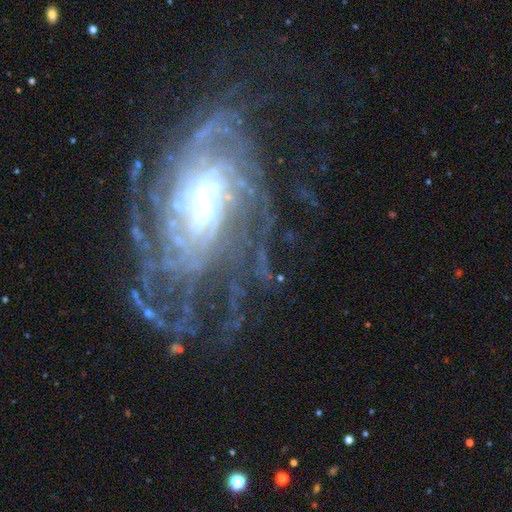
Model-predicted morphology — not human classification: Overall: featured or disk (86%). Edge-on disk: no (95%). Bar: no (42%; weak 37%). Spiral arms: yes (95%). Spiral arm count: can't tell (35%; more than 4 22%). Spiral winding: tight (68%). Bulge size: moderate (42%; small 31%). Merging: none (64%).